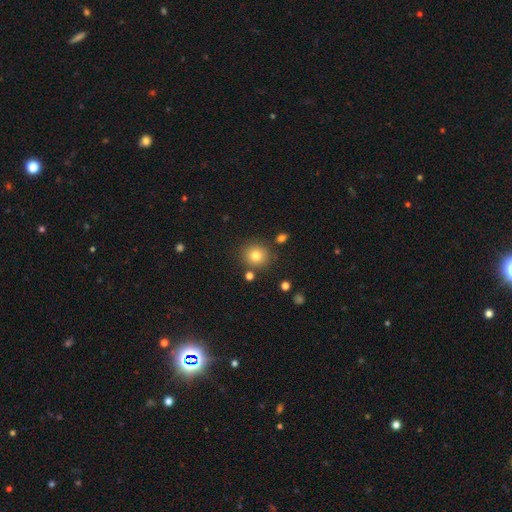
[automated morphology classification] type=smooth (79%); roundness=round (89%); merging=none (83%).